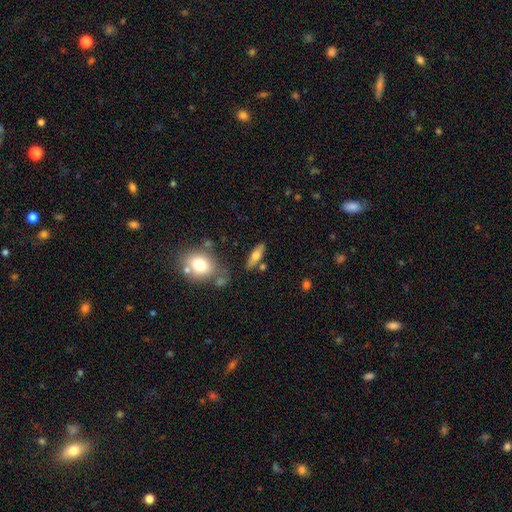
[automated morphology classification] Smooth or featured?
  - smooth: 60% *
  - featured or disk: 32%
  - star or artifact: 8%
How rounded?
  - in between: 52% *
  - cigar-shaped: 44%
  - round: 4%
Merging?
  - none: 74% *
  - minor disturbance: 13%
  - merger: 8%
  - major disturbance: 4%